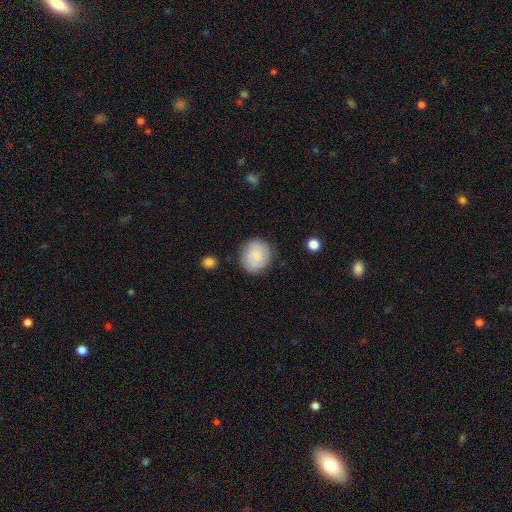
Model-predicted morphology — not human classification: Smooth or featured? Predicted: smooth (p=0.66). How rounded? Predicted: round (p=0.78). Merging? Predicted: none (p=0.84).